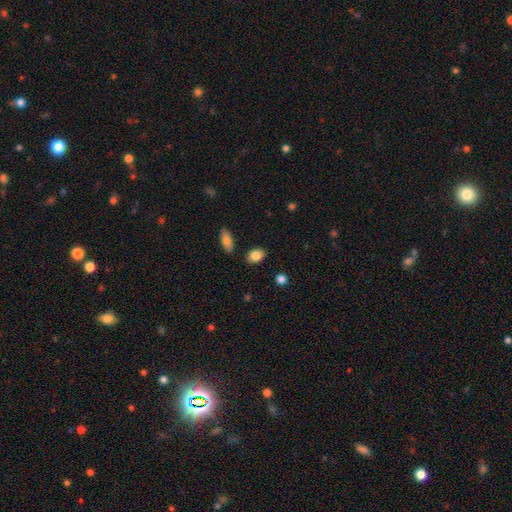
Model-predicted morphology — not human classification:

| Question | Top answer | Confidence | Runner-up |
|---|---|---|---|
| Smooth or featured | smooth | 85% | featured or disk (8%) |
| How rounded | in between | 77% | round (21%) |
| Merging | none | 85% | minor disturbance (9%) |